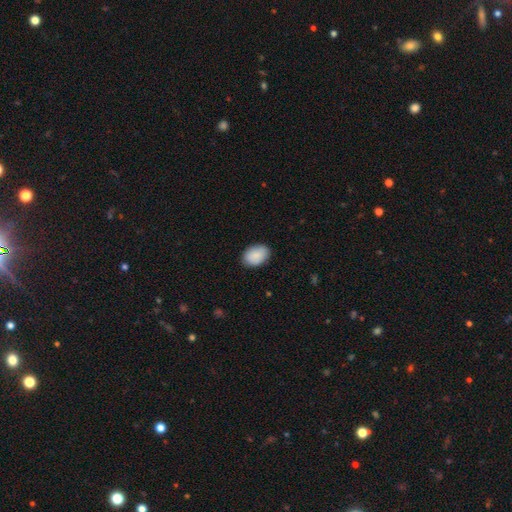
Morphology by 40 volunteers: smooth 95%, featured or disk 2%, star or artifact 2%. Down the decision tree: how rounded — in between (82%); merging — none (92%).